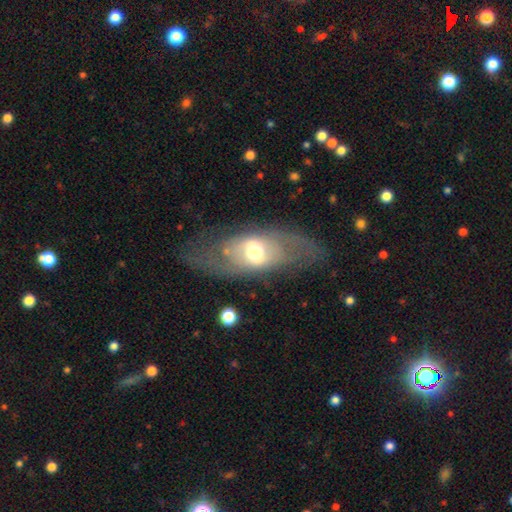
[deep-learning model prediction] Smooth or featured? Predicted: featured or disk (p=0.63). Edge-on disk? Predicted: no (p=0.81). Bar? Predicted: no (p=0.38). Spiral arms? Predicted: no (p=0.68). Bulge size? Predicted: moderate (p=0.65). Merging? Predicted: none (p=0.62).